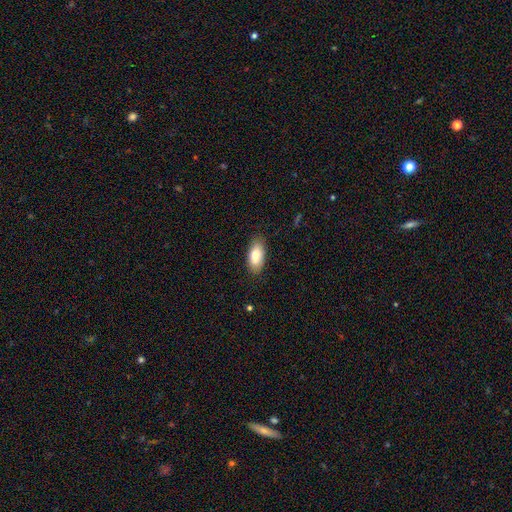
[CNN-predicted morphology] type=smooth (83%); roundness=in between (90%); merging=none (84%).